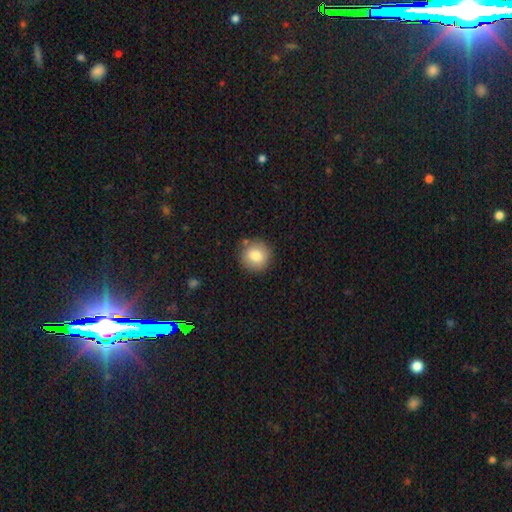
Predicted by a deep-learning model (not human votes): Morphology: type=smooth (82%); roundness=round (92%); merging=none (86%).